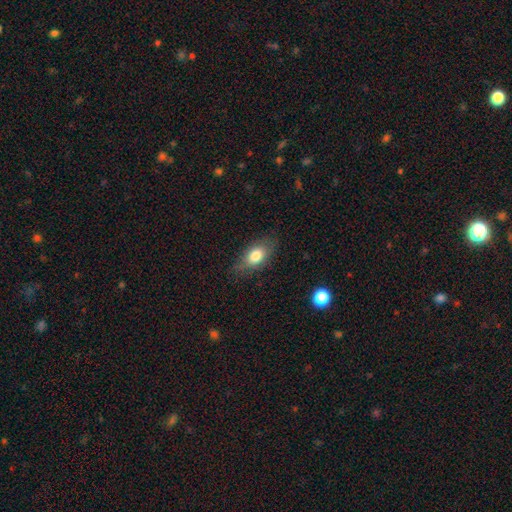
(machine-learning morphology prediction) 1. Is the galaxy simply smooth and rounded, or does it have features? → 77% smooth, 16% featured or disk, 8% star or artifact.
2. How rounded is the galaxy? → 85% in between, 9% round, 6% cigar-shaped.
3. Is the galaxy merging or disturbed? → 74% none, 19% minor disturbance, 6% major disturbance, 1% merger.